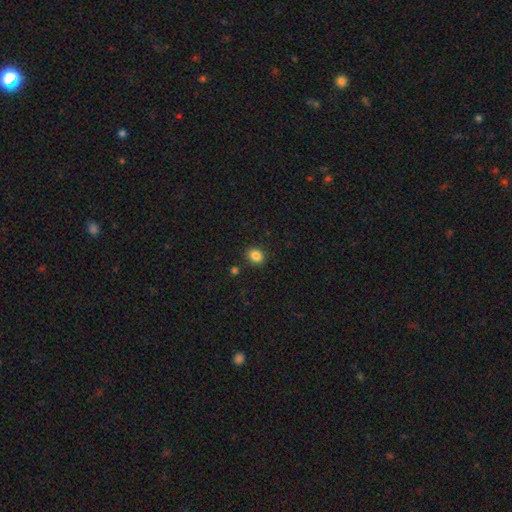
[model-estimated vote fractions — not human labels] Smooth or featured? Predicted: smooth (p=0.86). How rounded? Predicted: in between (p=0.50). Merging? Predicted: none (p=0.88).